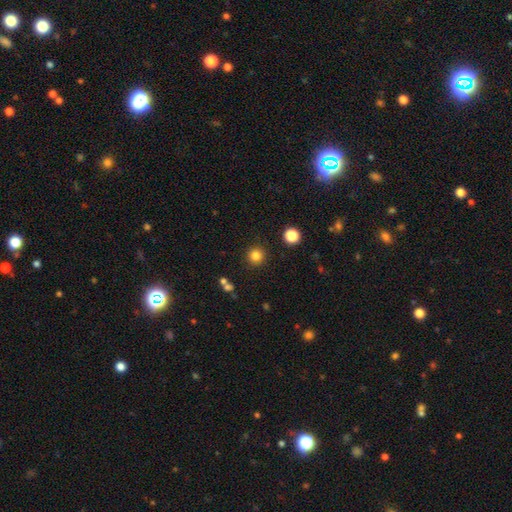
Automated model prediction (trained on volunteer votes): Smooth or featured? smooth (82%)
How rounded? round (95%)
Merging? none (90%)